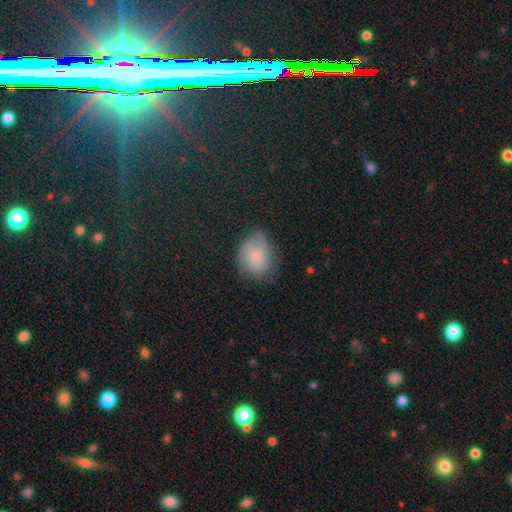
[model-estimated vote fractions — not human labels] smooth_or_featured: smooth (p=0.72) [alt: featured or disk p=0.16]
how_rounded: in between (p=0.51) [alt: round p=0.48]
merging: none (p=0.52) [alt: minor disturbance p=0.34]